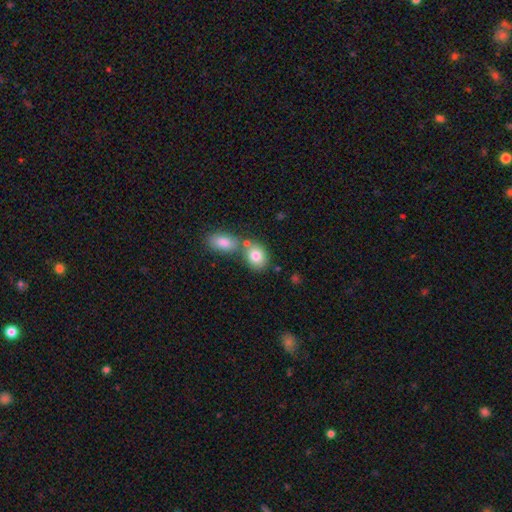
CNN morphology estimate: smooth-or-featured: smooth: 81% | featured or disk: 11% | star or artifact: 8%
  how-rounded: in between: 65% | round: 34% | cigar-shaped: 1%
  merging: none: 48% | merger: 38% | minor disturbance: 11% | major disturbance: 3%